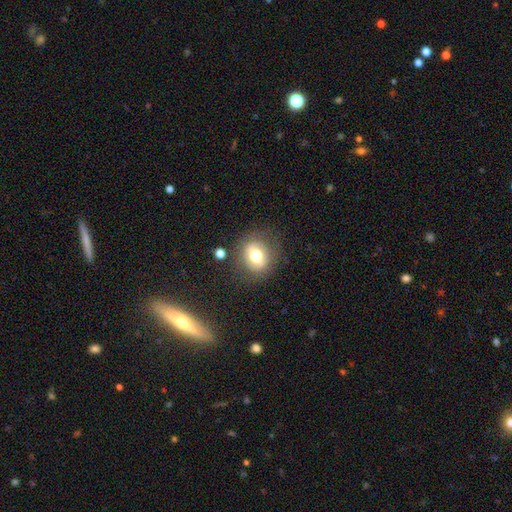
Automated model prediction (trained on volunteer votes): Smooth or featured? Predicted: smooth (p=0.62). How rounded? Predicted: round (p=0.64). Merging? Predicted: none (p=0.79).